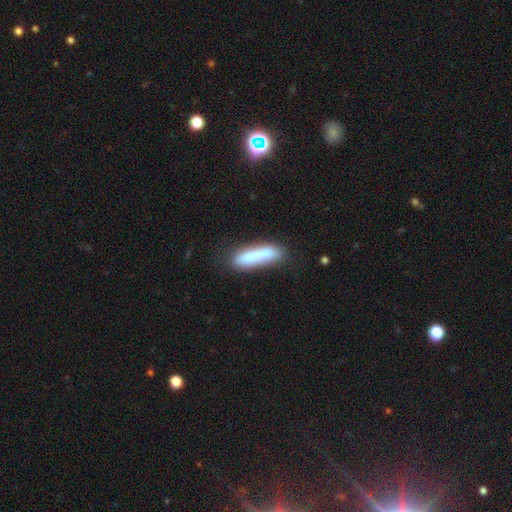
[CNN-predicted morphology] Smooth or featured: smooth — 77% (featured or disk — 16%)
How rounded: cigar-shaped — 75% (in between — 23%)
Merging: none — 68% (minor disturbance — 19%)